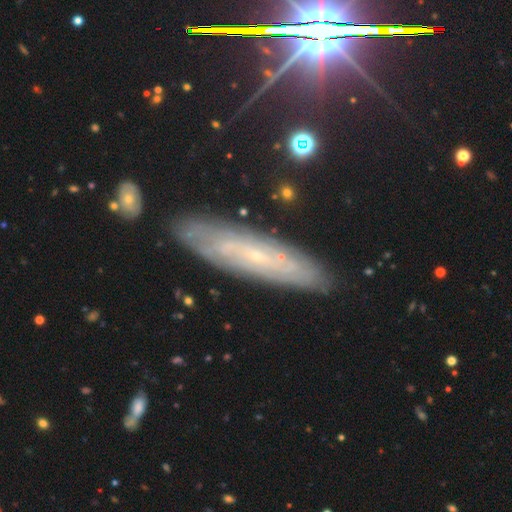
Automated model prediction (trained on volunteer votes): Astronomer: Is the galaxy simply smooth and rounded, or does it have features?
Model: featured or disk — 66%.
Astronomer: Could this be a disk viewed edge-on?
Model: no — 60% (runner-up: yes, 40%).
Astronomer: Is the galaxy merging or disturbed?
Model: none — 84%.